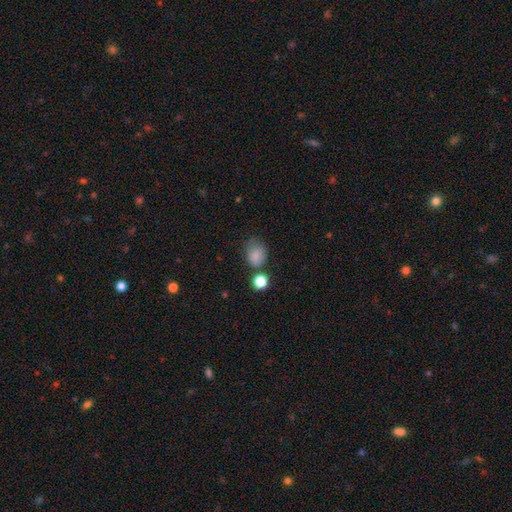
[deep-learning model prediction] Q: Smooth or featured?
A: smooth (83%); runner-up: star or artifact (11%)
Q: How rounded?
A: round (55%); runner-up: in between (44%)
Q: Merging?
A: none (55%); runner-up: minor disturbance (26%)